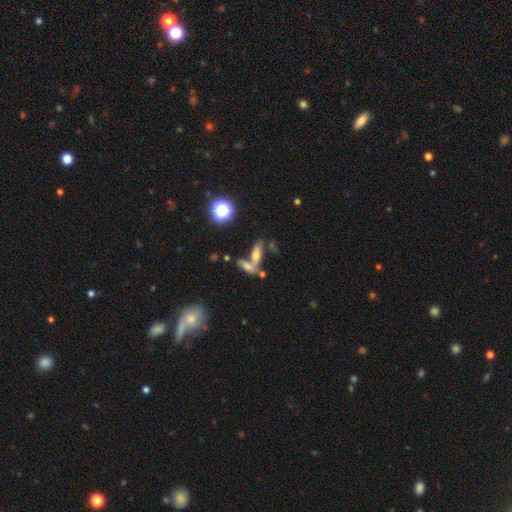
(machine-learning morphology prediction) smooth_or_featured: smooth (p=0.49) [alt: featured or disk p=0.33]
merging: merger (p=0.53) [alt: none p=0.32]